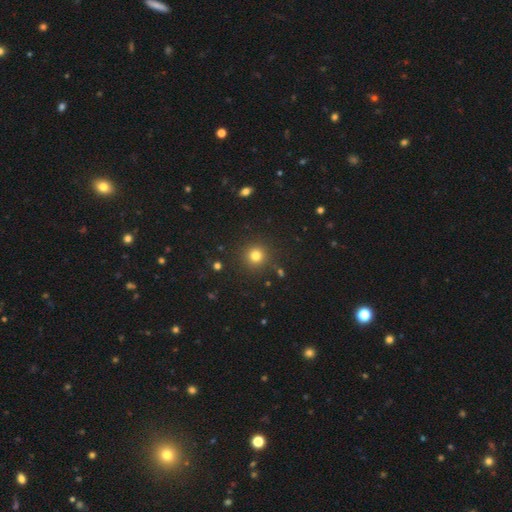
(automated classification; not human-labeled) smooth 79%, star or artifact 15%, featured or disk 6%. Down the decision tree: how rounded — round (94%); merging — none (90%).